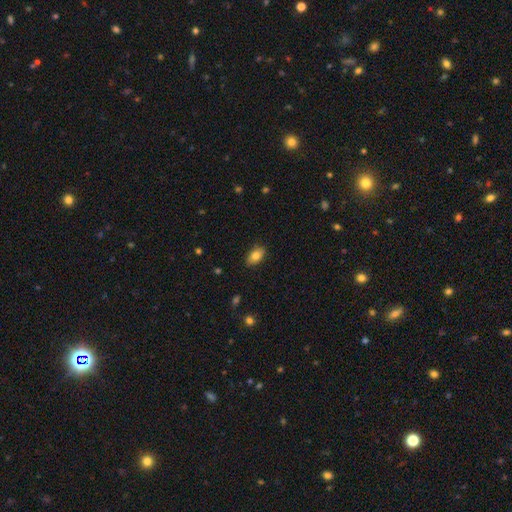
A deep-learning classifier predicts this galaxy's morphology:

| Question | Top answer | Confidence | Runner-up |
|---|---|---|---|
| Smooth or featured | smooth | 80% | featured or disk (12%) |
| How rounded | in between | 90% | round (8%) |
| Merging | none | 86% | minor disturbance (11%) |